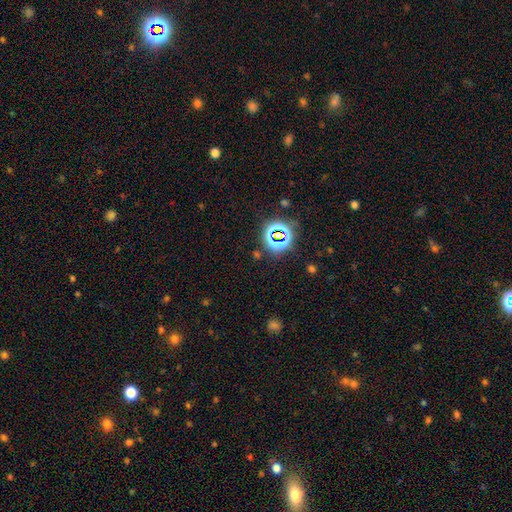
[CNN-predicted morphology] type=star or artifact (73%).